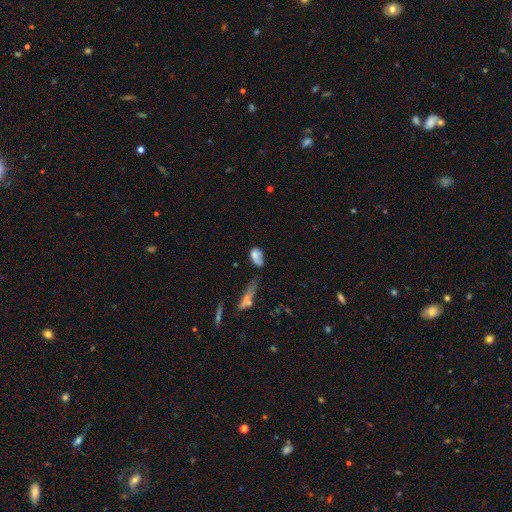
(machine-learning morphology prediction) A smooth galaxy with no disk features (70%) that is in between round and cigar-shaped (84%). Merging: minor disturbance (32%).